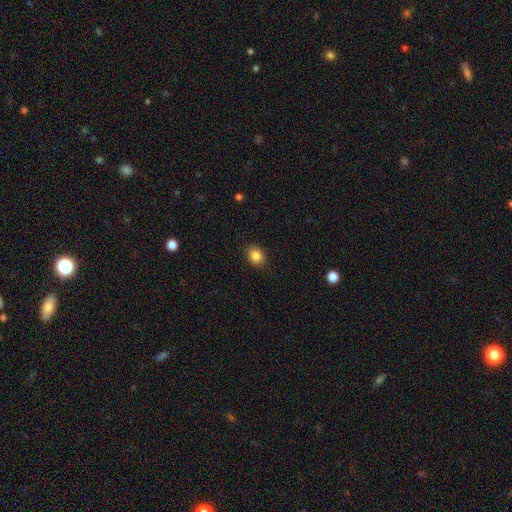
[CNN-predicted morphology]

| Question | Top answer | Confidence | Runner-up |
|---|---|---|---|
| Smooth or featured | smooth | 85% | star or artifact (10%) |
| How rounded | round | 58% | in between (41%) |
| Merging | none | 86% | minor disturbance (10%) |